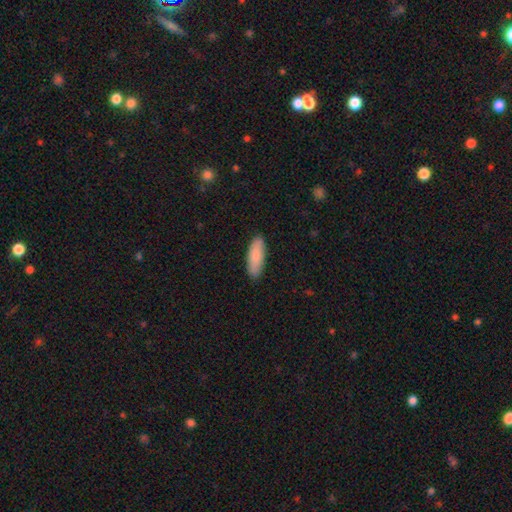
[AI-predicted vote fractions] Smooth or featured? smooth (86%)
How rounded? in between (62%)
Merging? none (89%)